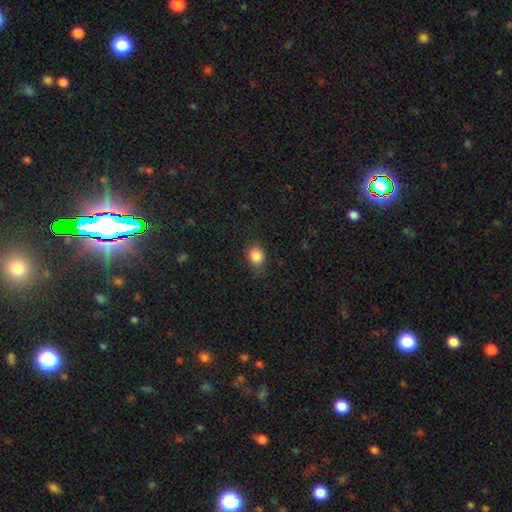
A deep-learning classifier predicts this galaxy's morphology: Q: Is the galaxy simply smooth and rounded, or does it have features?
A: smooth — 86%.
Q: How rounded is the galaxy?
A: round — 53%.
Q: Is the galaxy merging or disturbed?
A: none — 79%.